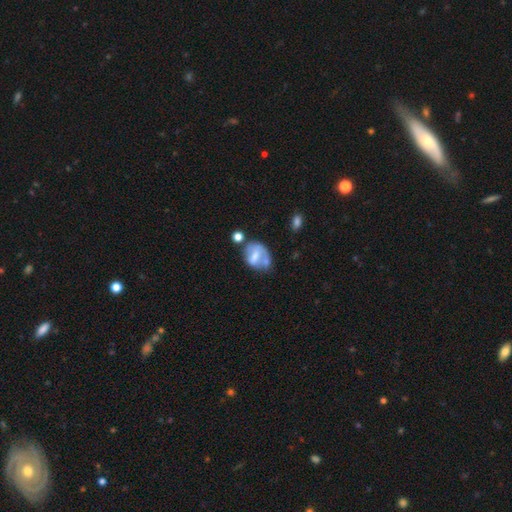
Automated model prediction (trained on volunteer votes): The model was most divided on "smooth or featured": smooth: 47%, featured or disk: 44%, star or artifact: 9%. Remaining: merging — none (35%).